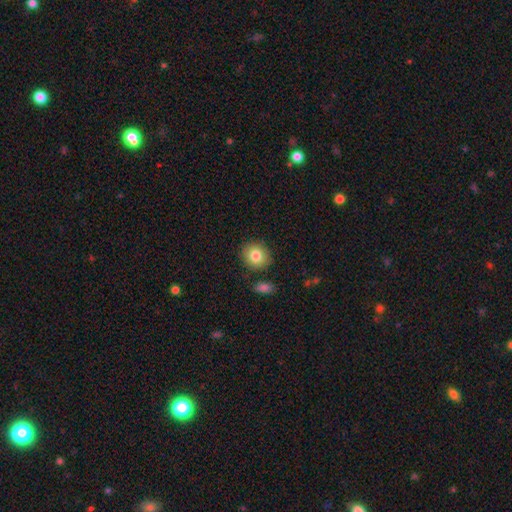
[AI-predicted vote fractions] This appears to be a smooth galaxy with no disk features (82%) that is round (82%). Merging: none (86%).